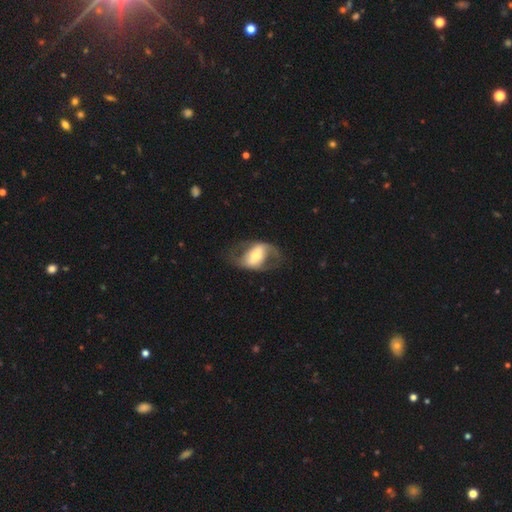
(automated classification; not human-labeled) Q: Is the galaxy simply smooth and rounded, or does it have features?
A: featured or disk — 68%.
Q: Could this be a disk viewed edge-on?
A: no — 91%.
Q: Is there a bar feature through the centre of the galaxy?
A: strong — 51%.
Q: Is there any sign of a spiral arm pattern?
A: yes — 59%.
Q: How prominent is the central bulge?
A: moderate — 55%.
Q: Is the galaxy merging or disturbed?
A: none — 63%.